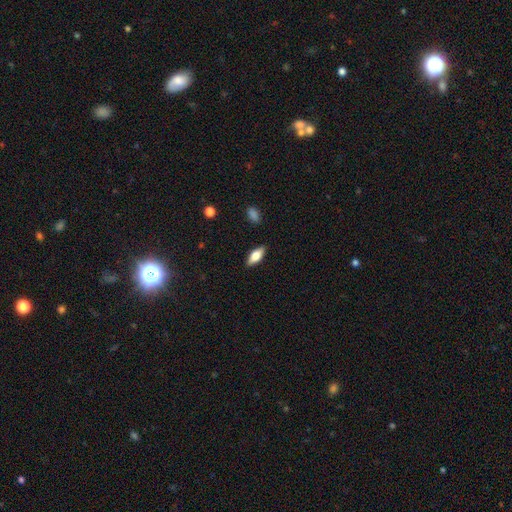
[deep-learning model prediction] smooth 66%, featured or disk 28%, star or artifact 7%. Down the decision tree: how rounded — in between (77%); merging — none (88%).